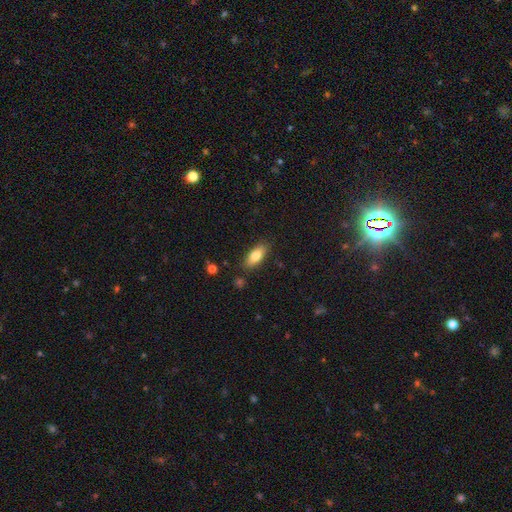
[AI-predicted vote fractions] Smooth or featured?
  - smooth: 80% *
  - featured or disk: 13%
  - star or artifact: 7%
How rounded?
  - in between: 81% *
  - cigar-shaped: 17%
  - round: 2%
Merging?
  - none: 83% *
  - minor disturbance: 12%
  - major disturbance: 3%
  - merger: 2%